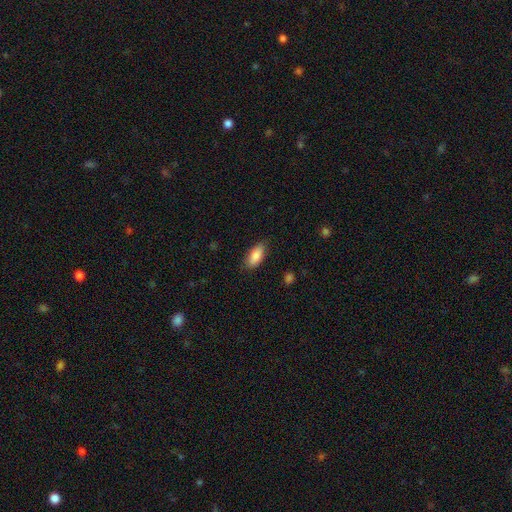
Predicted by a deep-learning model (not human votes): smooth 86%, featured or disk 8%, star or artifact 6%. Down the decision tree: how rounded — in between (89%); merging — none (82%).